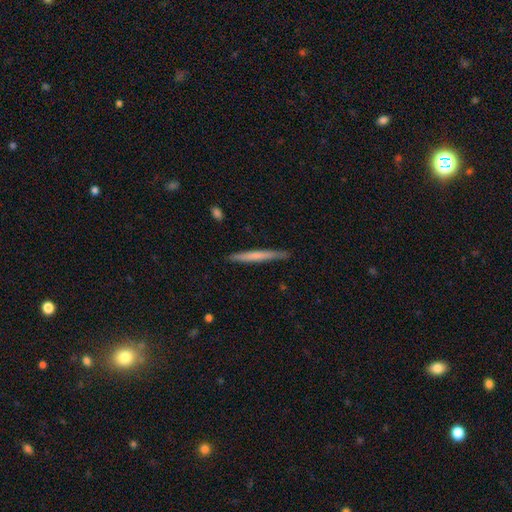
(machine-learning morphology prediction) The model was most divided on "smooth or featured": smooth: 58%, featured or disk: 37%, star or artifact: 5%. More confident: how rounded — cigar-shaped (97%); merging — none (88%).